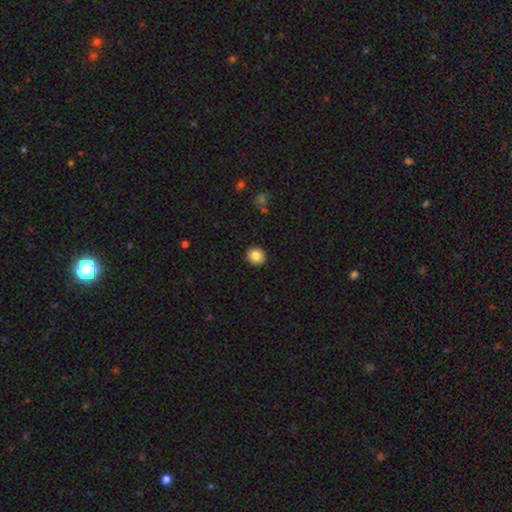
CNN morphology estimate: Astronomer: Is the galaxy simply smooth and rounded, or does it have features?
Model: smooth — 85%.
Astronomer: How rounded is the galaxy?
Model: round — 86%.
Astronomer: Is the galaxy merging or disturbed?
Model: none — 91%.